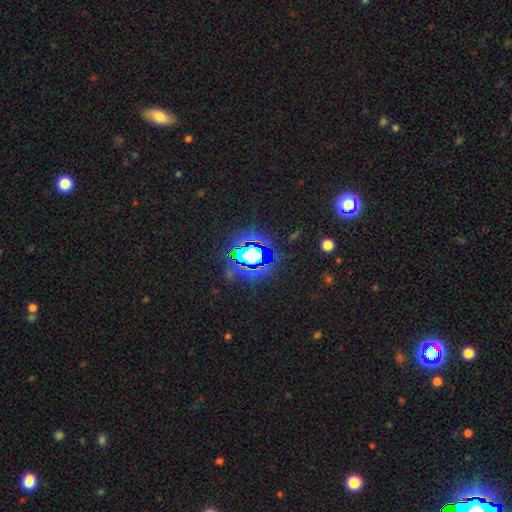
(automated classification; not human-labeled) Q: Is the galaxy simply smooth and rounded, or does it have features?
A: star or artifact — 80%.